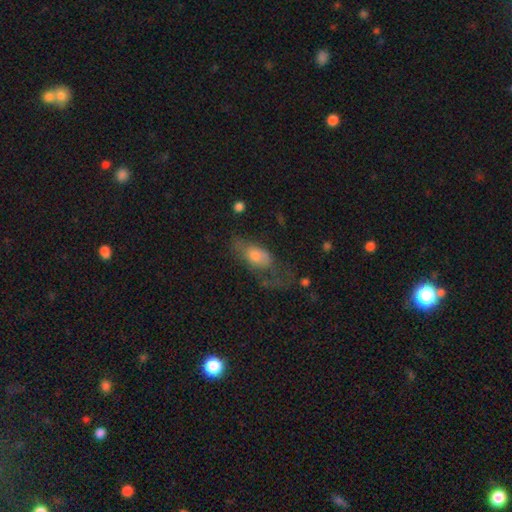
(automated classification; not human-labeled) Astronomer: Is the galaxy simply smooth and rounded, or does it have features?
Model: smooth — 56% (runner-up: featured or disk, 34%).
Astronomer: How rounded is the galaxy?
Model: in between — 81%.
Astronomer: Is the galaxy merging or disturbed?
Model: major disturbance — 43% (runner-up: none, 30%).